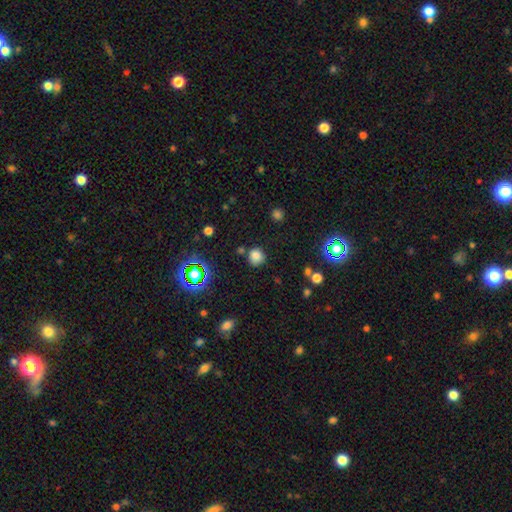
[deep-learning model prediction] Smooth or featured? Predicted: smooth (p=0.76). How rounded? Predicted: round (p=0.88). Merging? Predicted: none (p=0.78).